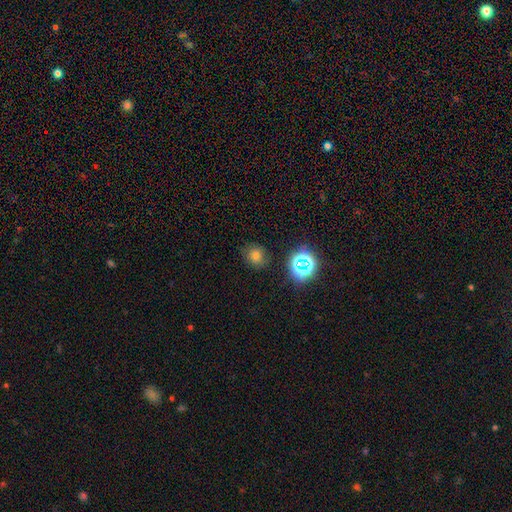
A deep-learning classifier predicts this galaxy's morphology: Smooth or featured? smooth (68%)
How rounded? round (78%)
Merging? none (83%)